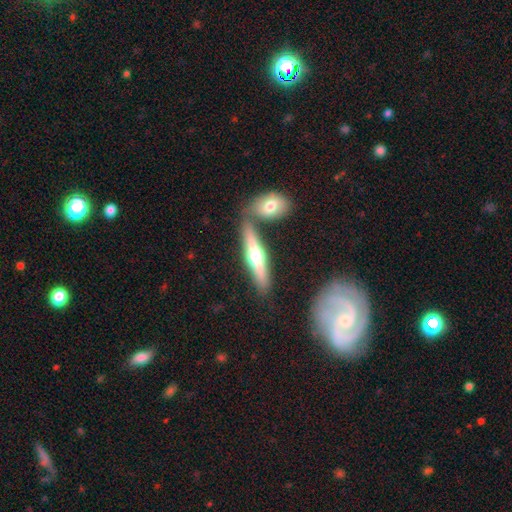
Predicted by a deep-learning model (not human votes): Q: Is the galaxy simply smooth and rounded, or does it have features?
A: featured or disk — 62%.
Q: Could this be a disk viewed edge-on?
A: yes — 94%.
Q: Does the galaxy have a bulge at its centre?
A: rounded — 94%.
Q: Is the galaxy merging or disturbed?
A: none — 70%.